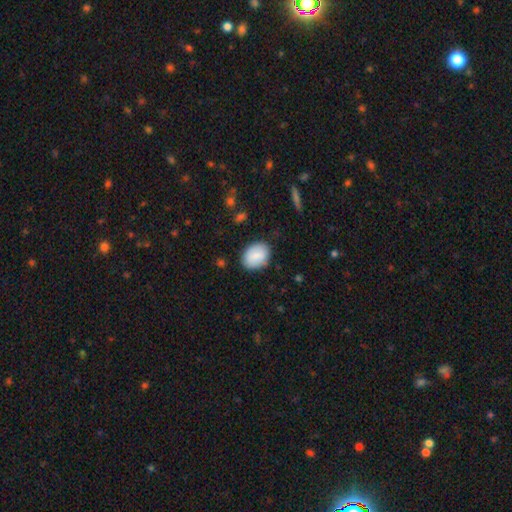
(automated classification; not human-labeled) Smooth or featured? smooth (82%)
How rounded? in between (65%)
Merging? none (82%)